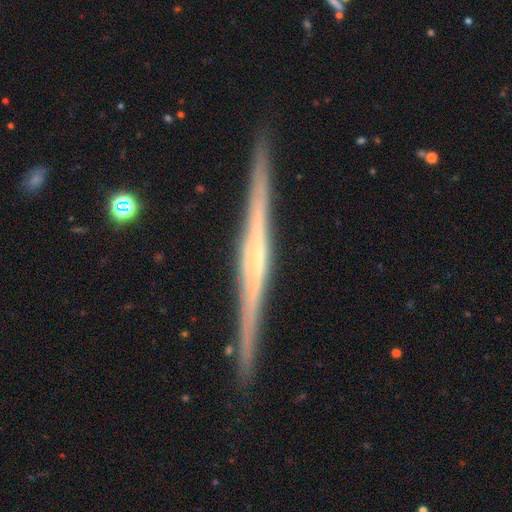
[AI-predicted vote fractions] Morphology: type=featured or disk (83%); edge-on=yes (98%); edge-on bulge=none (46%); merging=none (92%).